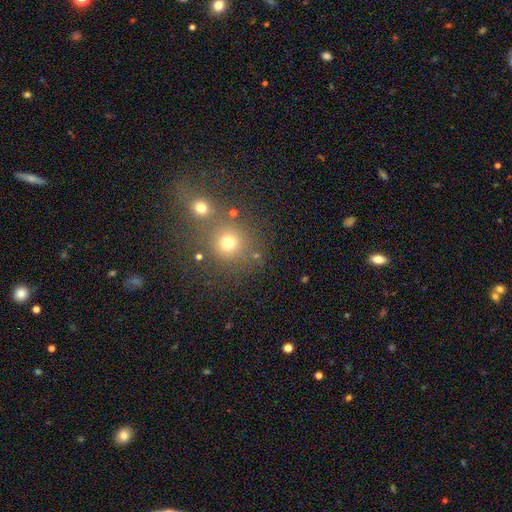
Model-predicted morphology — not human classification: Smooth or featured? Predicted: smooth (p=0.65). How rounded? Predicted: round (p=0.89). Merging? Predicted: none (p=0.66).